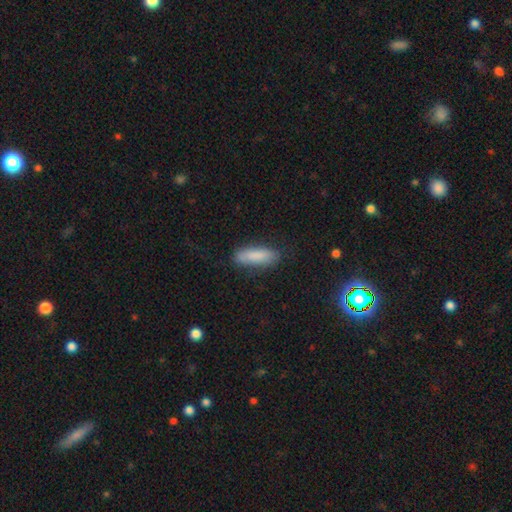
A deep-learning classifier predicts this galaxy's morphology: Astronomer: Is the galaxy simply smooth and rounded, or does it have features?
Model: smooth — 85%.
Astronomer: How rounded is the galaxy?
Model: cigar-shaped — 55% (runner-up: in between, 43%).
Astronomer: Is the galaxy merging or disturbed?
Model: none — 82%.